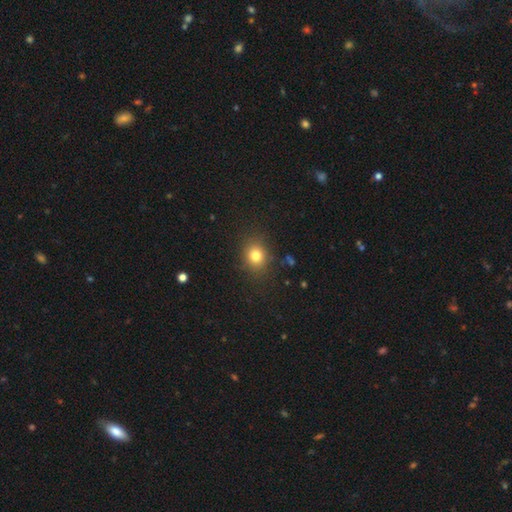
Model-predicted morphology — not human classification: smooth-or-featured: smooth: 80% | star or artifact: 13% | featured or disk: 7%
  how-rounded: round: 67% | in between: 32% | cigar-shaped: 1%
  merging: none: 85% | minor disturbance: 10% | major disturbance: 3% | merger: 1%